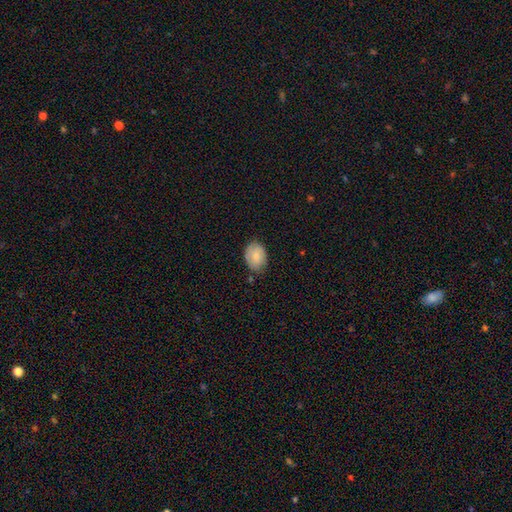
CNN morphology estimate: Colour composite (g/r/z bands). It shows a smooth galaxy with no disk features (74%) that is in between round and cigar-shaped (72%). Merging: none (72%).